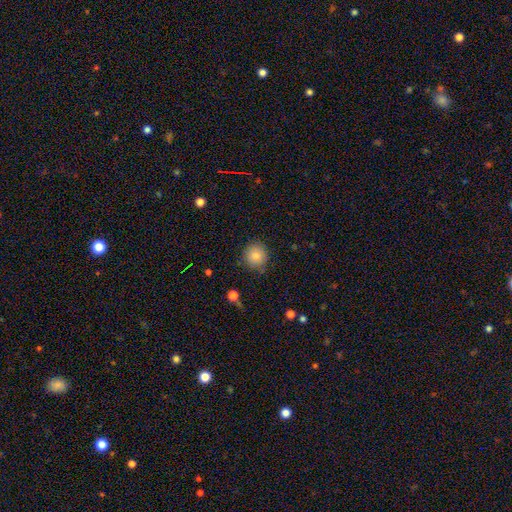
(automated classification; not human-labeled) The model was most divided on "merging": none: 84%, minor disturbance: 12%, major disturbance: 3%, merger: 2%. More confident: how rounded — round (91%); smooth or featured — smooth (83%).